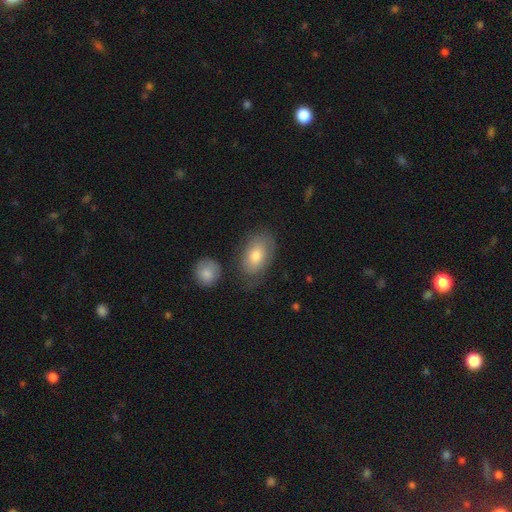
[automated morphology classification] Overall: smooth (72%). How rounded: in between (89%). Merging: none (65%).